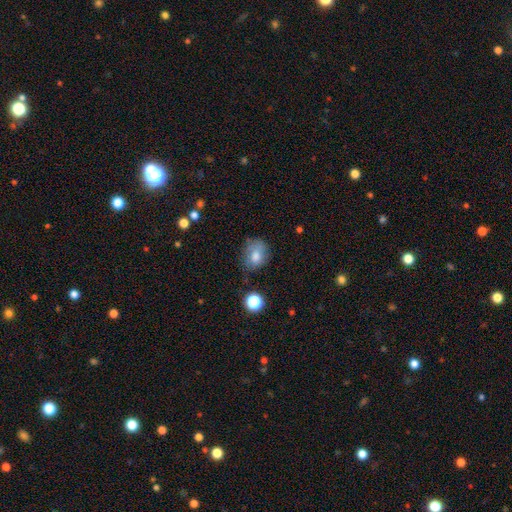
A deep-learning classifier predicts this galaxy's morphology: Overall: smooth (75%). How rounded: in between (57%; round 41%). Merging: none (57%; minor disturbance 28%).